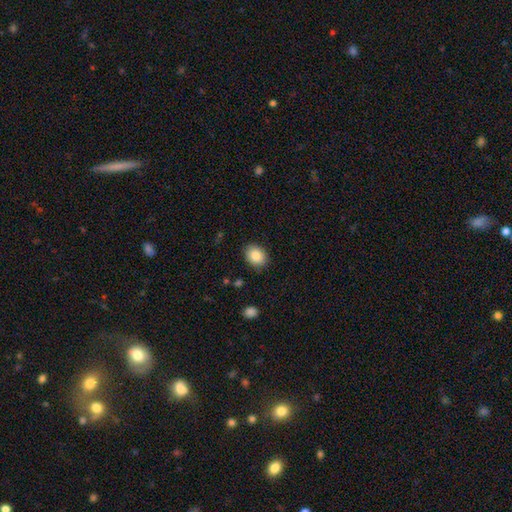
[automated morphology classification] A smooth galaxy with no disk features (87%) that is in between round and cigar-shaped (57%).

Vote fractions:
- Smooth or featured? smooth: 87% / star or artifact: 8% / featured or disk: 6%
- How rounded? in between: 57% / round: 42% / cigar-shaped: 1%
- Merging? none: 87% / minor disturbance: 10% / major disturbance: 2% / merger: 1%